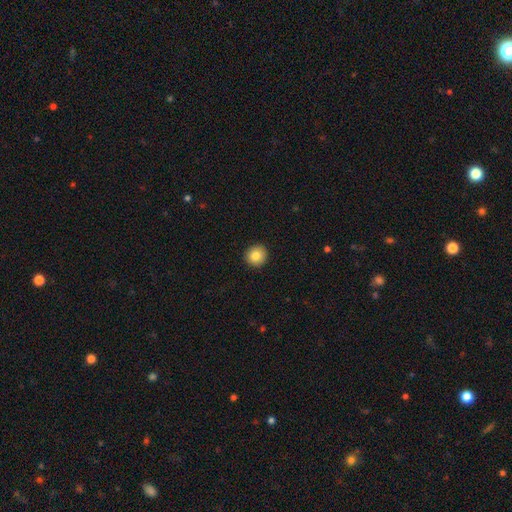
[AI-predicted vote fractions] Q: Smooth or featured?
A: smooth (84%); runner-up: star or artifact (9%)
Q: How rounded?
A: round (93%); runner-up: in between (6%)
Q: Merging?
A: none (93%); runner-up: minor disturbance (5%)